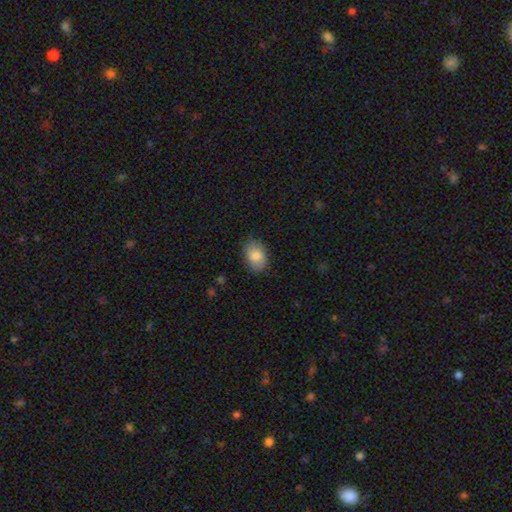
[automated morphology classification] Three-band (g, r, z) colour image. It shows a smooth galaxy with no disk features (86%) that is in between round and cigar-shaped (81%). Merging: none (81%).